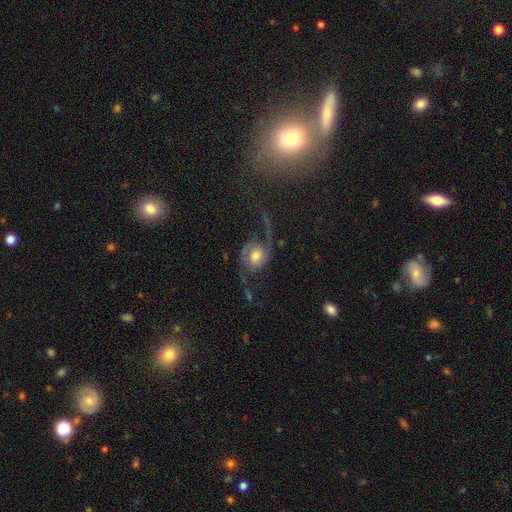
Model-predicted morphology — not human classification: type=featured or disk (77%); edge-on=no (97%); bar=no (71%); spiral arms=yes (94%); winding=loose (71%); arm count=2 (89%); bulge=moderate (49%); merging=none (52%).